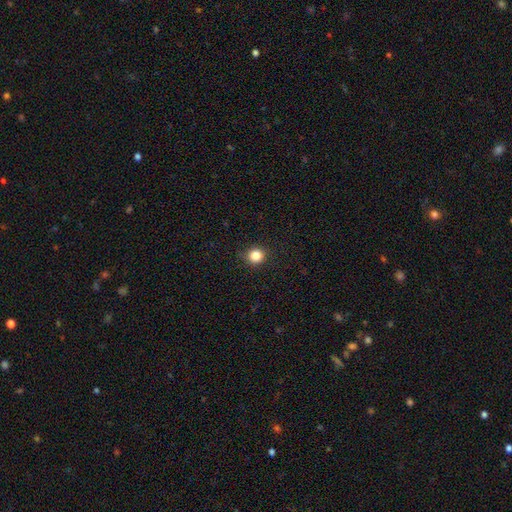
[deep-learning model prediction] Smooth or featured? smooth (84%)
How rounded? round (90%)
Merging? none (90%)